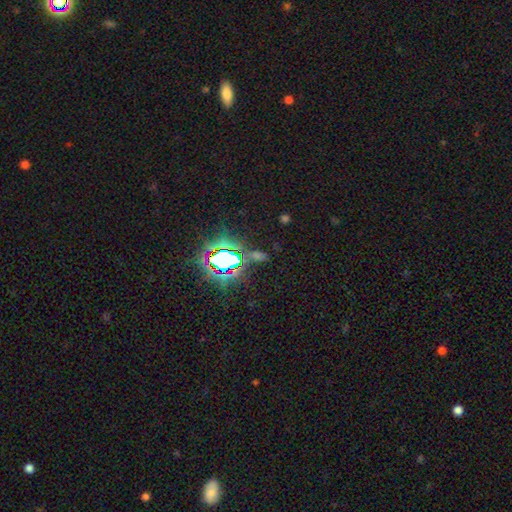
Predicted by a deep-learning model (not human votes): smooth-or-featured: star or artifact: 69% | smooth: 21% | featured or disk: 10%